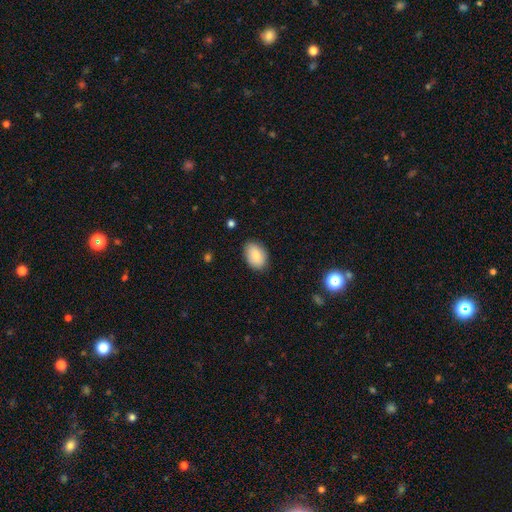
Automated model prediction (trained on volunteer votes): Smooth or featured? smooth (84%)
How rounded? in between (85%)
Merging? none (83%)